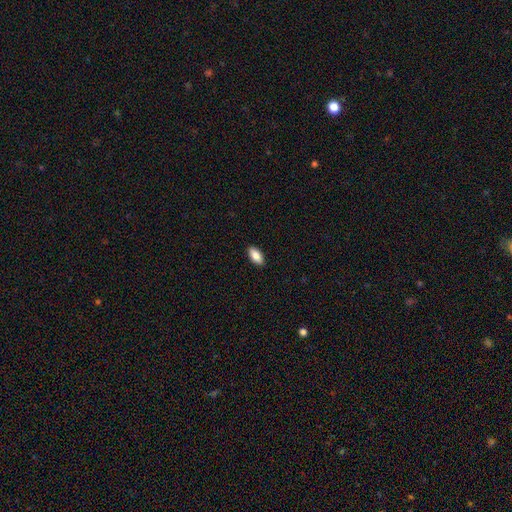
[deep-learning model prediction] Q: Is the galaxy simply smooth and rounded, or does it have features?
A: smooth — 87%.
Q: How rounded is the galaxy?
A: in between — 91%.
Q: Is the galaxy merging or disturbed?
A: none — 91%.